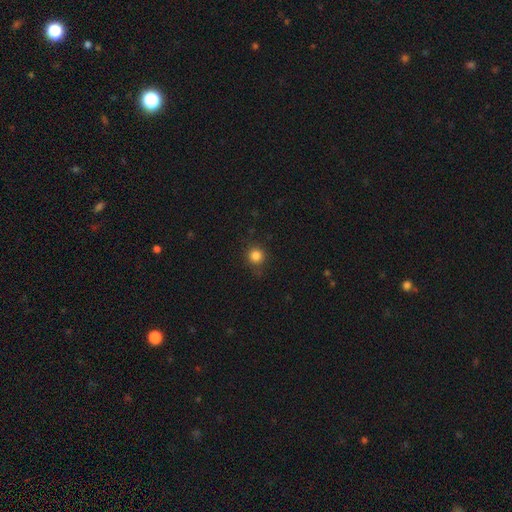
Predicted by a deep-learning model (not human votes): Smooth or featured? smooth (84%)
How rounded? round (93%)
Merging? none (84%)